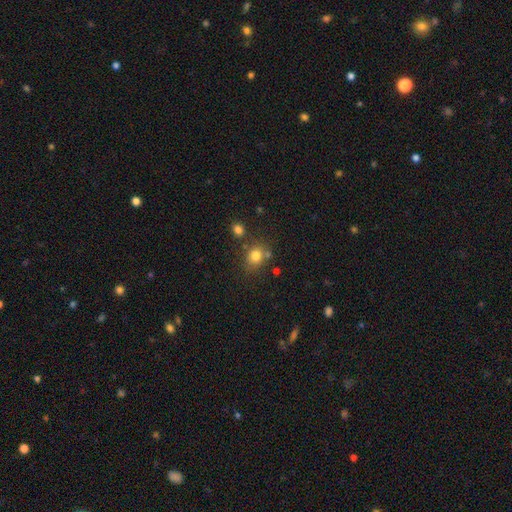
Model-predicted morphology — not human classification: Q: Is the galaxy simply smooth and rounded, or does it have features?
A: smooth — 79%.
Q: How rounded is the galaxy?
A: round — 64%.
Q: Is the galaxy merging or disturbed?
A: none — 68%.